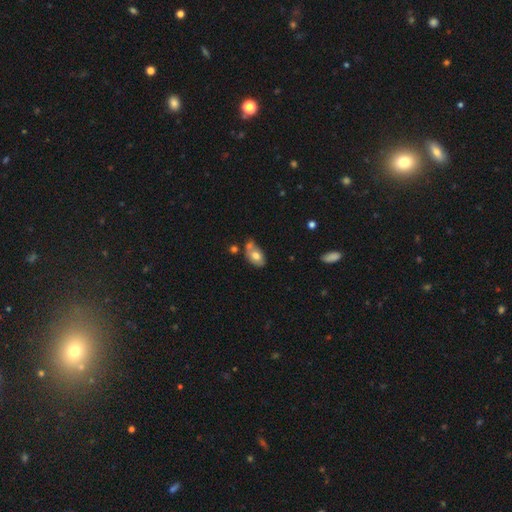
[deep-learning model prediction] smooth 71%, featured or disk 21%, star or artifact 8%. Down the decision tree: how rounded — in between (87%); merging — none (39%).